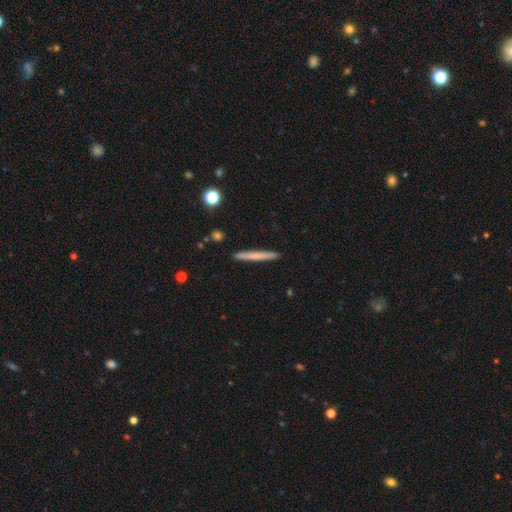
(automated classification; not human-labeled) This appears to be a smooth galaxy with no disk features (67%) that is cigar-shaped (97%). Merging: none (92%).